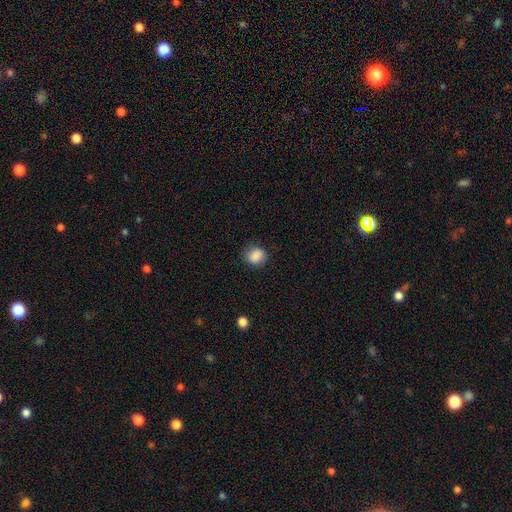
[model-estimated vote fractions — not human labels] Smooth or featured? smooth (87%)
How rounded? round (67%)
Merging? none (78%)